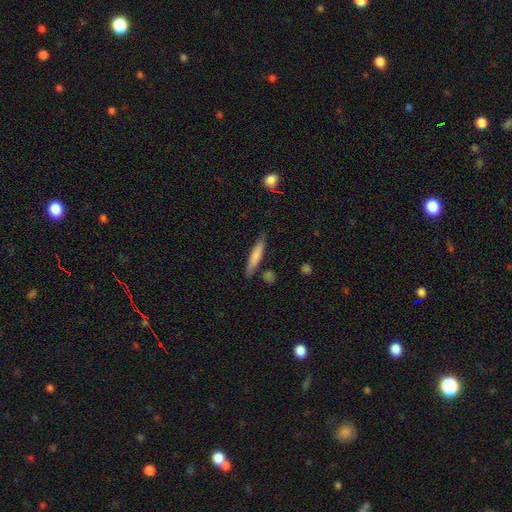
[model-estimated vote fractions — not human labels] smooth 71%, featured or disk 23%, star or artifact 6%. Down the decision tree: how rounded — cigar-shaped (87%); merging — none (79%).